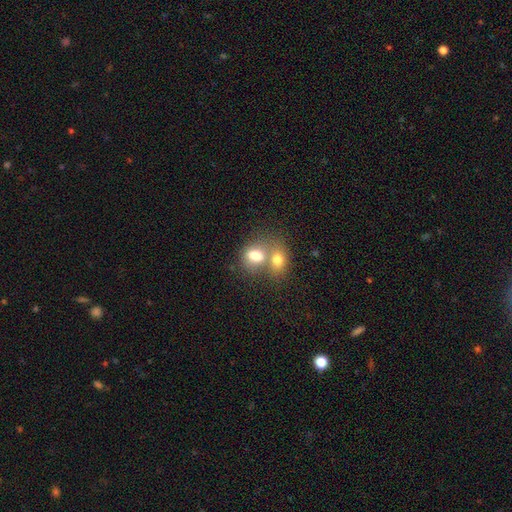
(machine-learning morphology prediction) Smooth or featured? Predicted: smooth (p=0.76). How rounded? Predicted: in between (p=0.62). Merging? Predicted: merger (p=0.63).